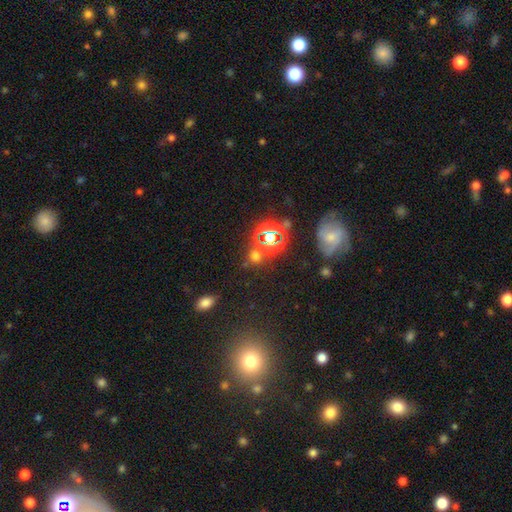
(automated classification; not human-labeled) Smooth or featured? Predicted: star or artifact (p=0.48).